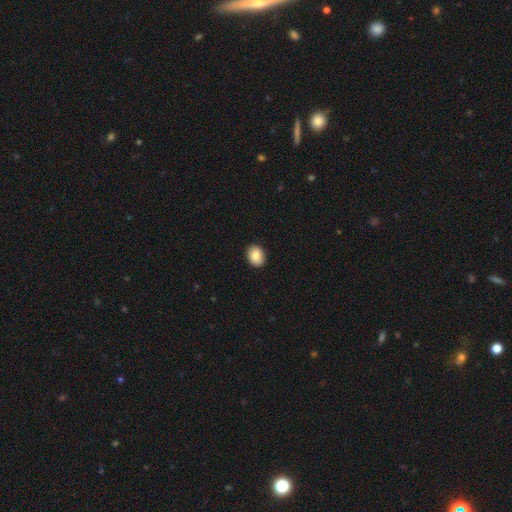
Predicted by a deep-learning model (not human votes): Smooth or featured?
  - smooth: 86% *
  - star or artifact: 8%
  - featured or disk: 6%
How rounded?
  - in between: 57% *
  - round: 42%
  - cigar-shaped: 1%
Merging?
  - none: 90% *
  - minor disturbance: 7%
  - major disturbance: 2%
  - merger: 1%